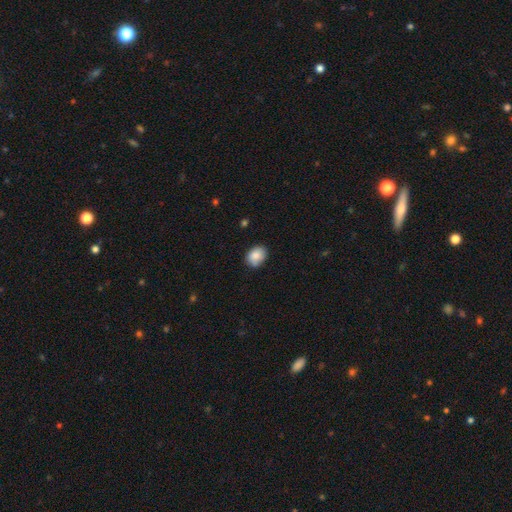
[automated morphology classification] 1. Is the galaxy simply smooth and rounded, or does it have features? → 86% smooth, 8% star or artifact, 7% featured or disk.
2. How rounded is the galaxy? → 65% in between, 34% round, 1% cigar-shaped.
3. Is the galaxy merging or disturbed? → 77% none, 18% minor disturbance, 3% major disturbance, 2% merger.